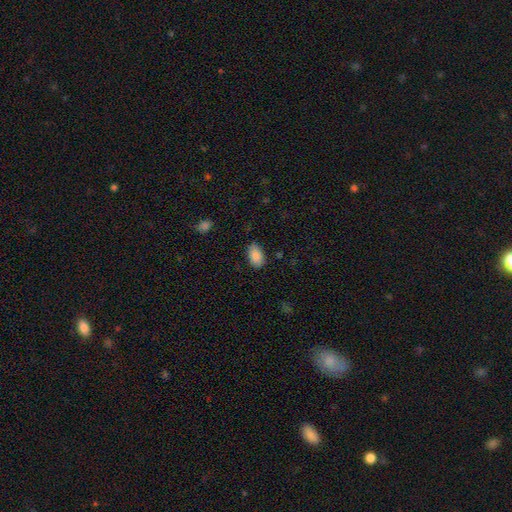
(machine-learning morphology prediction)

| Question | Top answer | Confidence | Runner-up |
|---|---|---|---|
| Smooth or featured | smooth | 88% | star or artifact (7%) |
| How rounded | in between | 92% | round (6%) |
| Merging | none | 79% | minor disturbance (16%) |